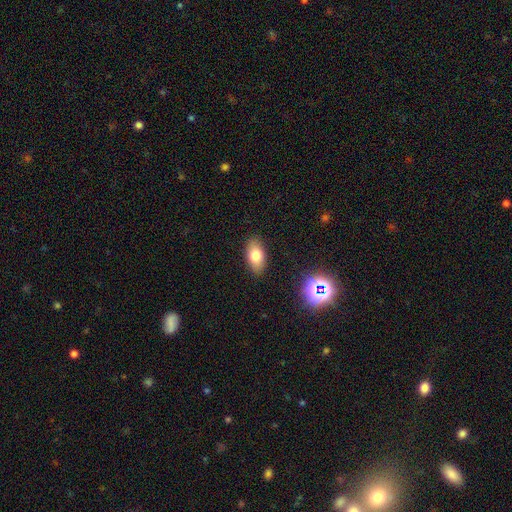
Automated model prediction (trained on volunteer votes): This is likely a smooth galaxy (75%). How rounded: clearly in between (90%). Merging: clearly none (87%).